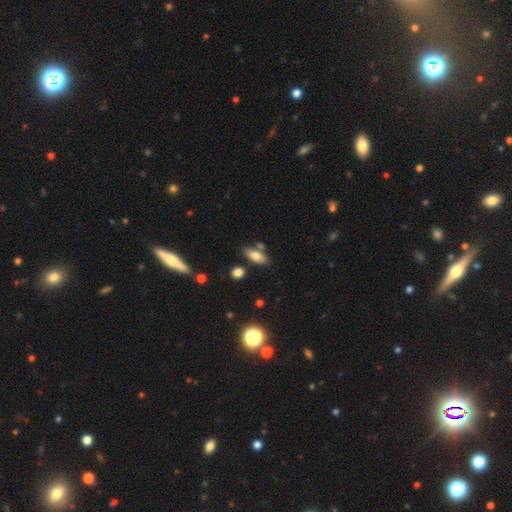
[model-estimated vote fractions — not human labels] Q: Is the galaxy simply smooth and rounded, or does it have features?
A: smooth — 78%.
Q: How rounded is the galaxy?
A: in between — 80%.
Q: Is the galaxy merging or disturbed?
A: none — 71%.